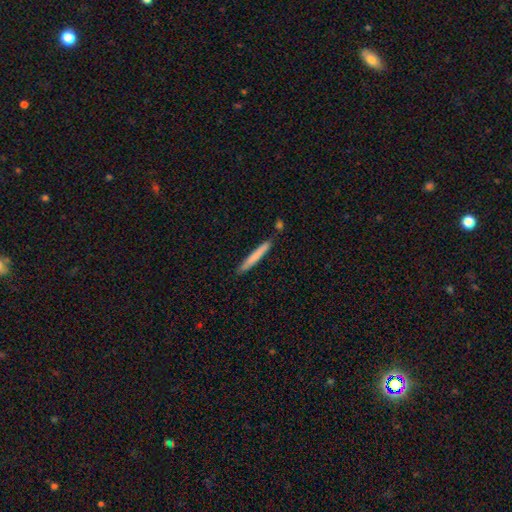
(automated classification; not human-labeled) A smooth galaxy with no disk features (73%) that is cigar-shaped (96%).

Vote fractions:
- Smooth or featured? smooth: 73% / featured or disk: 22% / star or artifact: 6%
- How rounded? cigar-shaped: 96% / in between: 3% / round: 1%
- Merging? none: 86% / minor disturbance: 9% / merger: 4% / major disturbance: 2%